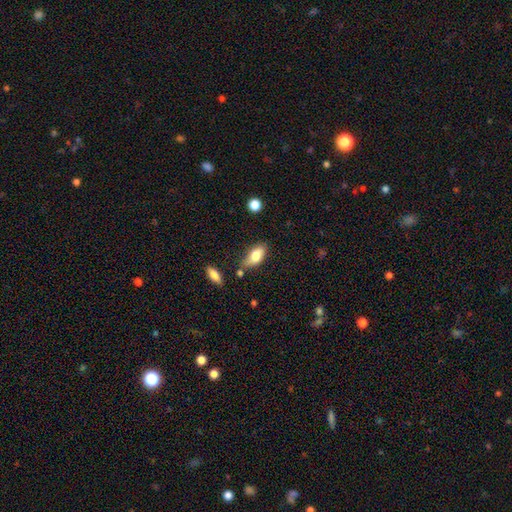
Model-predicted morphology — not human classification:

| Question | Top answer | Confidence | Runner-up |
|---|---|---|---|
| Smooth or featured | smooth | 75% | featured or disk (18%) |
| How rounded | in between | 86% | cigar-shaped (11%) |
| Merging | none | 64% | minor disturbance (22%) |